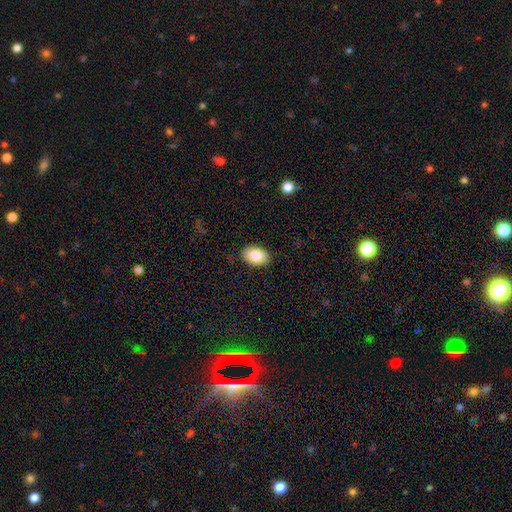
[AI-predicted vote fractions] Smooth or featured? Predicted: smooth (p=0.87). How rounded? Predicted: in between (p=0.89). Merging? Predicted: none (p=0.87).